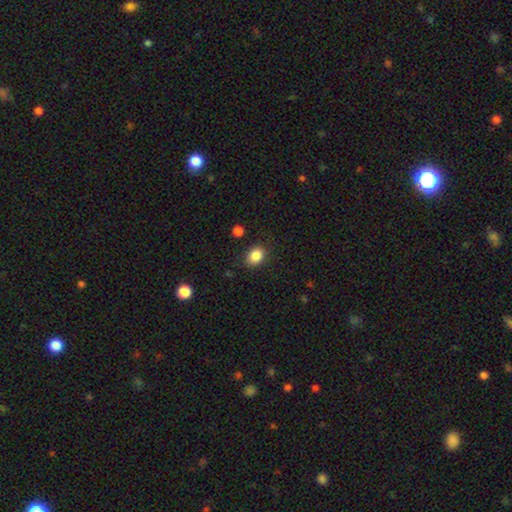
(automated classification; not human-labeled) Smooth or featured? smooth (86%)
How rounded? in between (64%)
Merging? none (82%)